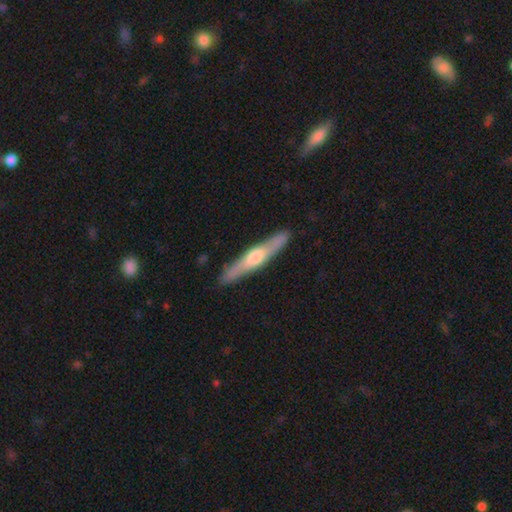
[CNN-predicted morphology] featured or disk 57%, smooth 39%, star or artifact 4%. Down the decision tree: edge-on disk — yes (92%); edge-on bulge — rounded (83%); merging — none (89%).